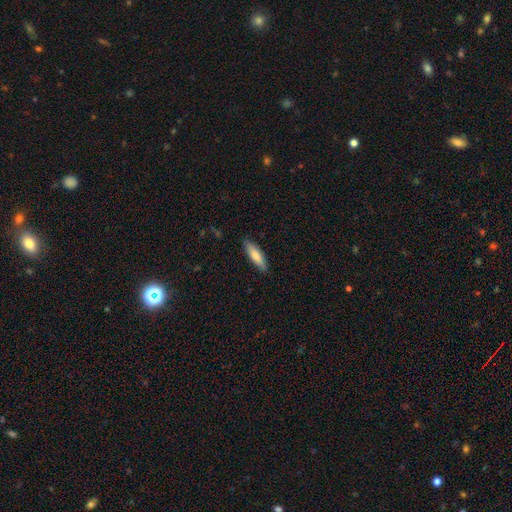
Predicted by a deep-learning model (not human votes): Morphology: type=smooth (78%); roundness=cigar-shaped (60%); merging=none (86%).